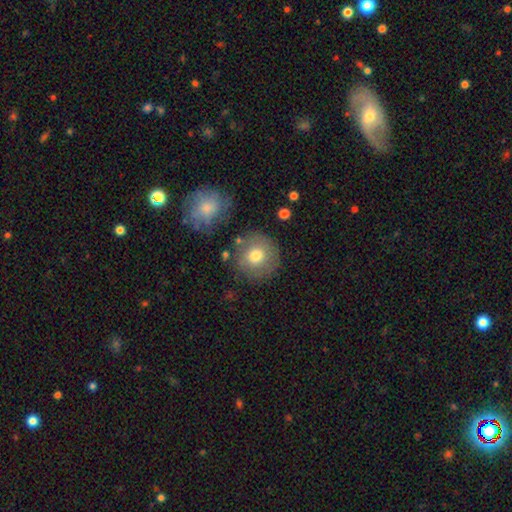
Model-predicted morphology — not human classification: Smooth or featured: smooth — 74% (featured or disk — 17%)
How rounded: round — 93% (in between — 6%)
Merging: none — 79% (minor disturbance — 12%)